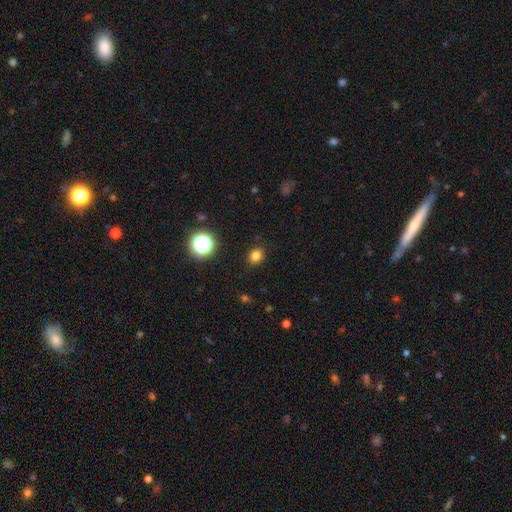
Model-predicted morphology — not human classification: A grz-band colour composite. It shows a smooth galaxy with no disk features (80%) that is round (56%). Merging: none (89%).